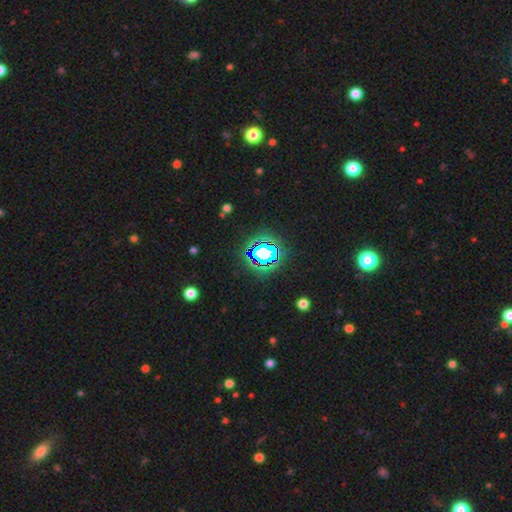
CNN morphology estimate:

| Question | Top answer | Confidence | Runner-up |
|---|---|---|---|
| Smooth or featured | star or artifact | 75% | smooth (16%) |